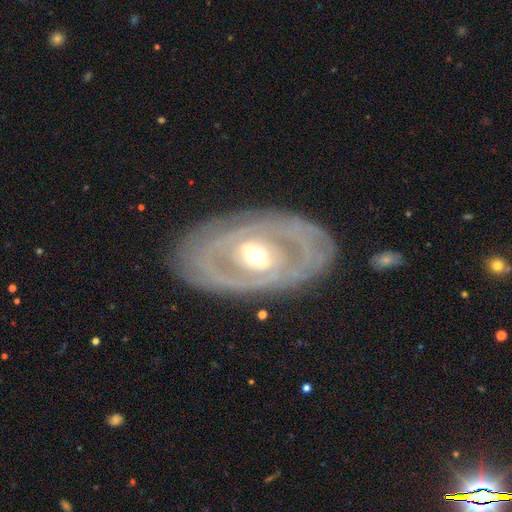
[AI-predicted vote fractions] Smooth or featured? Predicted: featured or disk (p=0.85). Edge-on disk? Predicted: no (p=0.93). Bar? Predicted: no (p=0.39). Spiral arms? Predicted: yes (p=0.77). Spiral winding? Predicted: tight (p=0.67). Spiral arm count? Predicted: 2 (p=0.47). Bulge size? Predicted: moderate (p=0.70). Merging? Predicted: none (p=0.81).